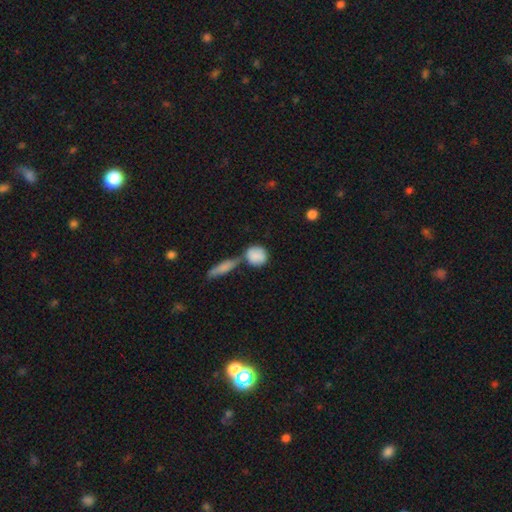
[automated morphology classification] smooth-or-featured: smooth: 82% | featured or disk: 11% | star or artifact: 7%
  how-rounded: round: 73% | in between: 23% | cigar-shaped: 4%
  merging: none: 48% | merger: 33% | minor disturbance: 13% | major disturbance: 5%